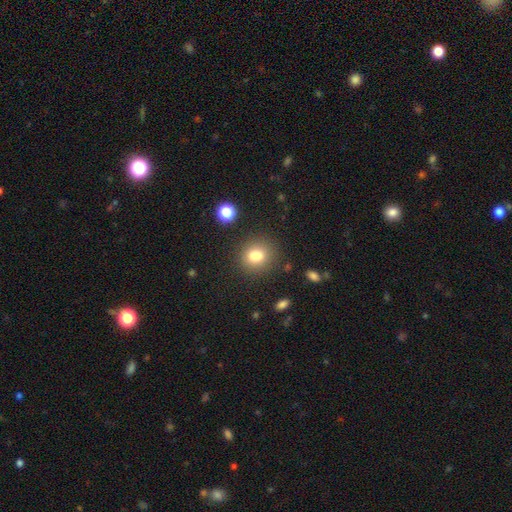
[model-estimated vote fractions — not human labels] smooth 79%, star or artifact 12%, featured or disk 9%. Down the decision tree: how rounded — round (67%); merging — none (72%).